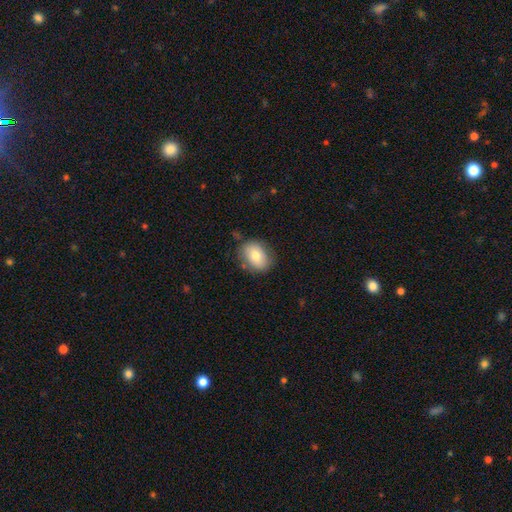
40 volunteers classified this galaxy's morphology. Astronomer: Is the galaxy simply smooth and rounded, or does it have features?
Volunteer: smooth — 80%.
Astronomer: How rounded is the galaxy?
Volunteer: in between — 75%.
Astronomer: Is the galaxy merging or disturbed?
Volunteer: none — 85%.